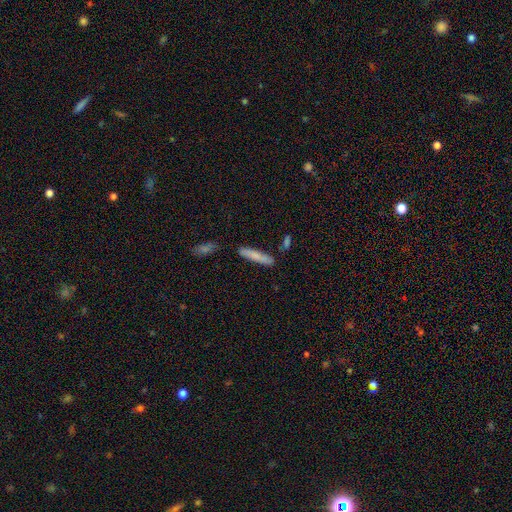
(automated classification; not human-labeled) This appears to be a smooth galaxy with no disk features (77%) that is cigar-shaped (88%). Merging: none (81%).